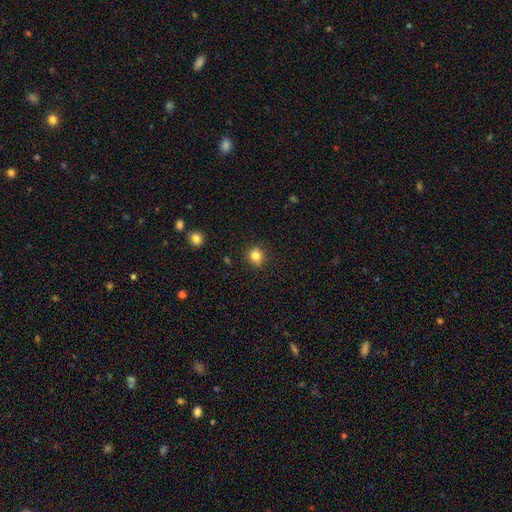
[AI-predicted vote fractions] This is clearly a smooth galaxy (82%). How rounded: clearly round (87%). Merging: clearly none (84%).